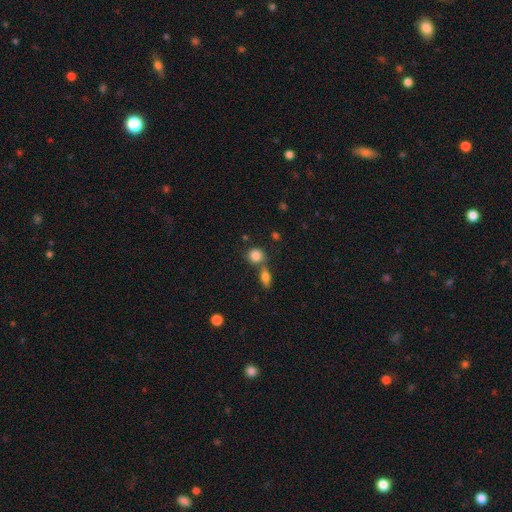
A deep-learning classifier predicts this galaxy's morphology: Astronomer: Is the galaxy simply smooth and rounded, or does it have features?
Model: smooth — 84%.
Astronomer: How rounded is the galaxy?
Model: round — 73%.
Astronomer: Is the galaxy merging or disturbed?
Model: none — 55% (runner-up: merger, 32%).